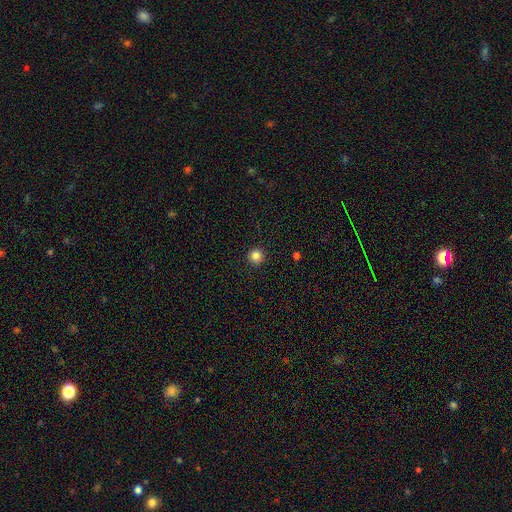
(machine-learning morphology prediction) Q: Smooth or featured?
A: smooth (85%); runner-up: star or artifact (11%)
Q: How rounded?
A: round (96%); runner-up: in between (3%)
Q: Merging?
A: none (93%); runner-up: minor disturbance (4%)